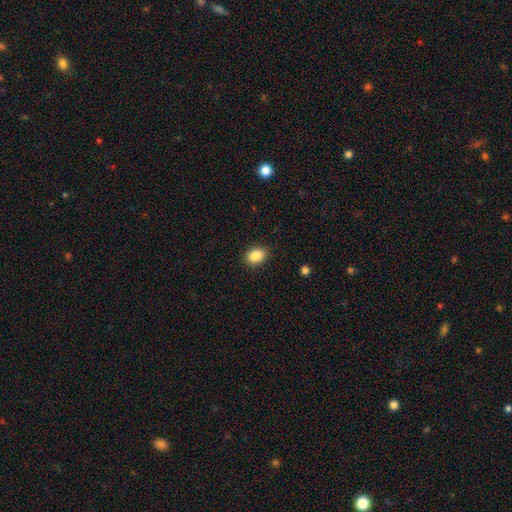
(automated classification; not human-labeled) Smooth or featured: smooth — 88% (star or artifact — 8%)
How rounded: in between — 75% (round — 24%)
Merging: none — 89% (minor disturbance — 8%)